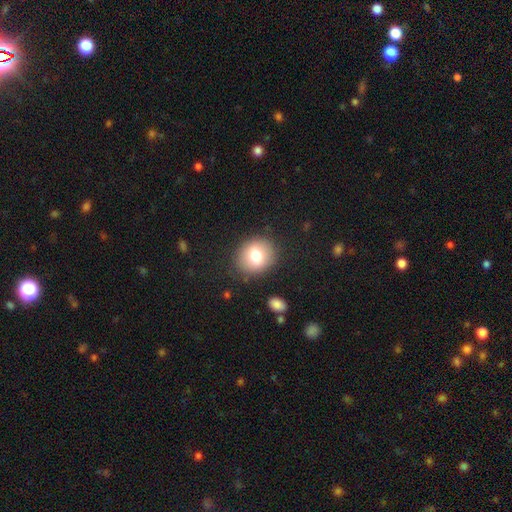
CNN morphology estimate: Smooth or featured: smooth — 76% (featured or disk — 15%)
How rounded: round — 71% (in between — 28%)
Merging: none — 86% (minor disturbance — 9%)